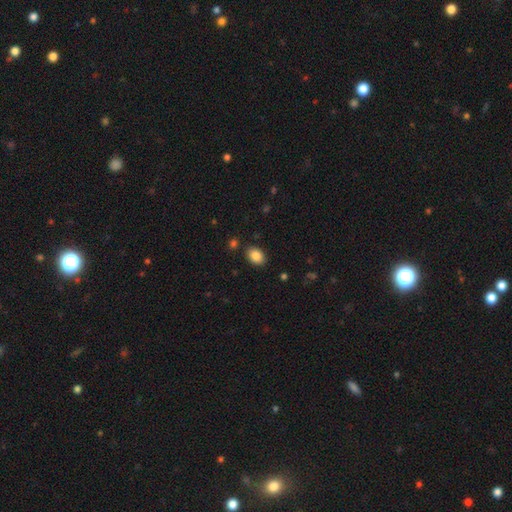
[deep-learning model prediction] A smooth galaxy with no disk features (87%) that is in between round and cigar-shaped (79%). Merging: none (86%).